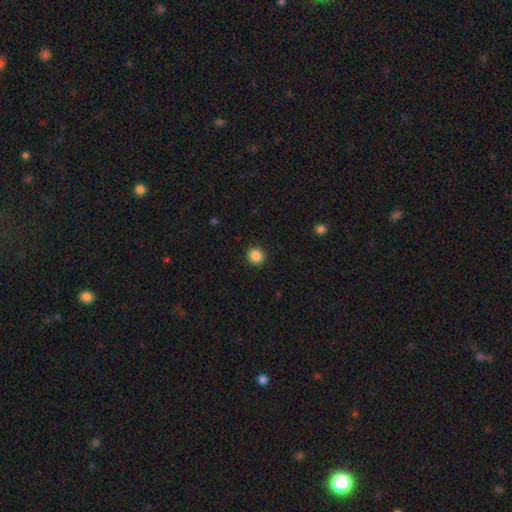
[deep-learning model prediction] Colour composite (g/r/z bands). It shows a smooth galaxy with no disk features (87%) that is round (90%). Merging: none (91%).